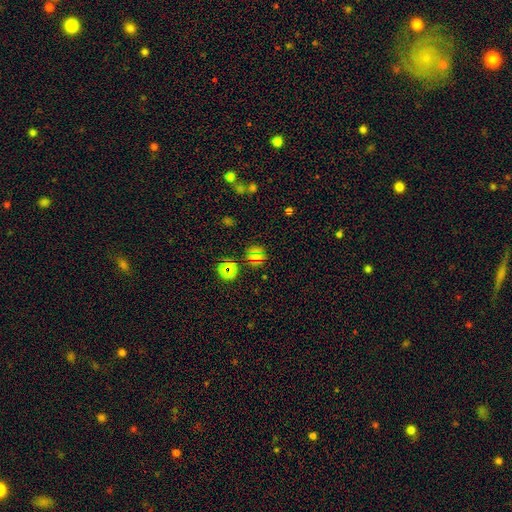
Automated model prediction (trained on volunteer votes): Smooth or featured: star or artifact — 45% (smooth — 43%)